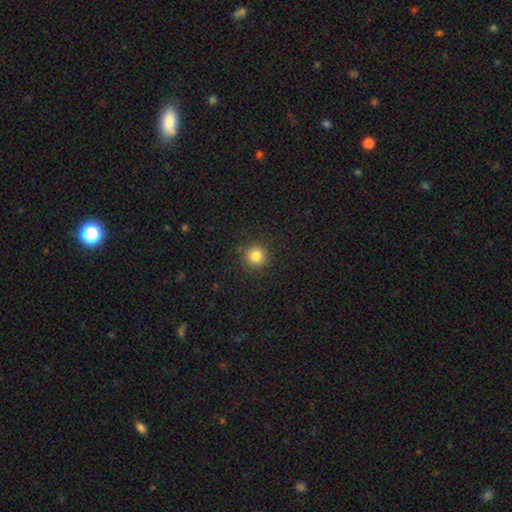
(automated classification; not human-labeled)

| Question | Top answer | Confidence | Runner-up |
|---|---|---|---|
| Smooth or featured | smooth | 82% | star or artifact (12%) |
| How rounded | round | 95% | in between (5%) |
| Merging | none | 90% | minor disturbance (6%) |